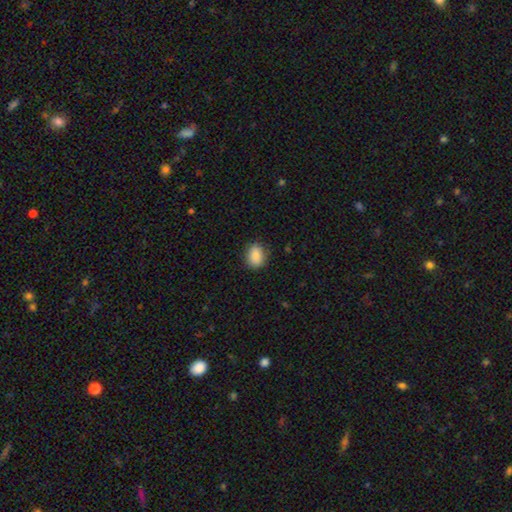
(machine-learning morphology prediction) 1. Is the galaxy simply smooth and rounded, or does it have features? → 88% smooth, 8% star or artifact, 5% featured or disk.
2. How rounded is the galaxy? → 64% in between, 35% round, 1% cigar-shaped.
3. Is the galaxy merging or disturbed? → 84% none, 12% minor disturbance, 3% major disturbance, 1% merger.